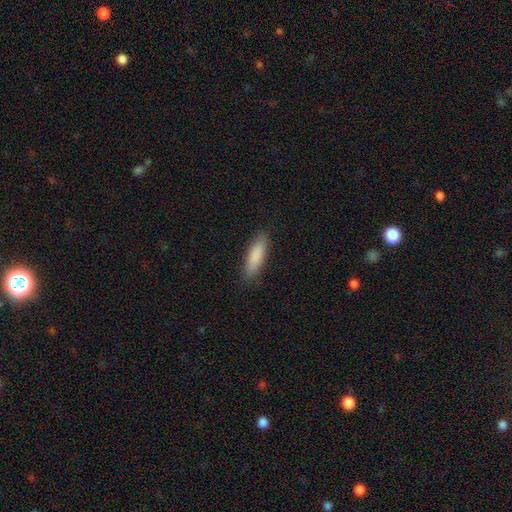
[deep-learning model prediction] smooth-or-featured: smooth: 87% | featured or disk: 7% | star or artifact: 6%
  how-rounded: cigar-shaped: 56% | in between: 42% | round: 2%
  merging: none: 88% | minor disturbance: 9% | major disturbance: 2% | merger: 1%